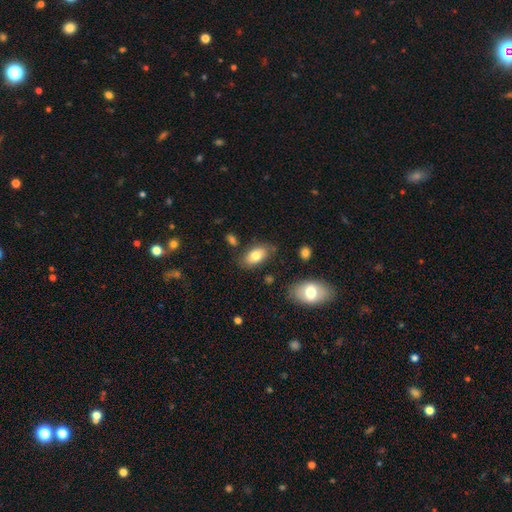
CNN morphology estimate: Q: Smooth or featured?
A: smooth (77%); runner-up: featured or disk (16%)
Q: How rounded?
A: in between (93%); runner-up: round (5%)
Q: Merging?
A: none (76%); runner-up: minor disturbance (16%)